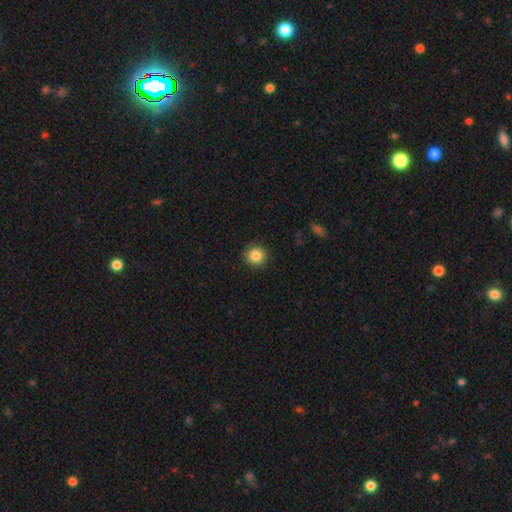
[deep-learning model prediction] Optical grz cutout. It shows a smooth galaxy with no disk features (86%) that is round (91%). Merging: none (91%).